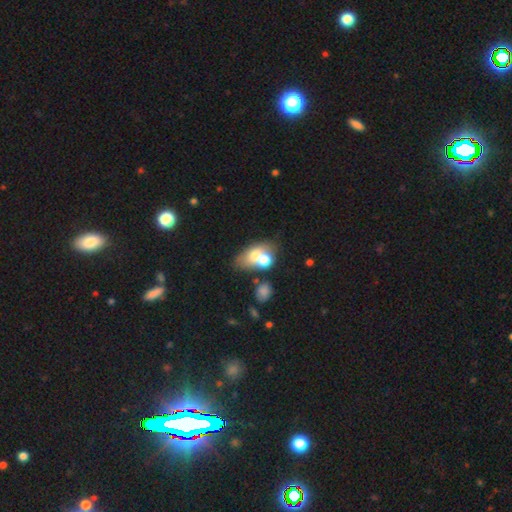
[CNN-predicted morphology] smooth-or-featured: smooth: 63% | featured or disk: 26% | star or artifact: 11%
  how-rounded: in between: 73% | round: 24% | cigar-shaped: 3%
  merging: merger: 53% | none: 29% | minor disturbance: 11% | major disturbance: 7%